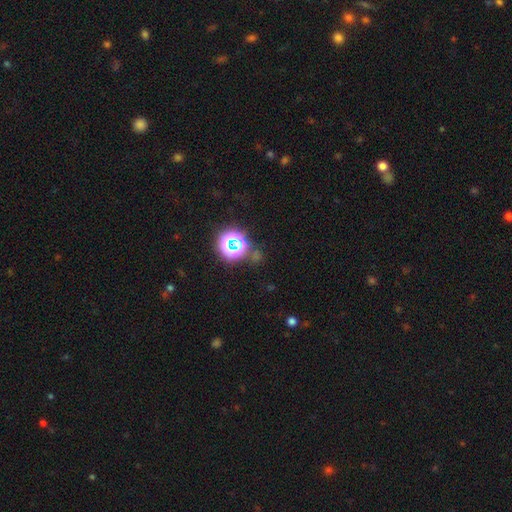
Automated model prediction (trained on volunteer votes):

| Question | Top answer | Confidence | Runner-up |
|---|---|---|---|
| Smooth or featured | star or artifact | 68% | smooth (23%) |